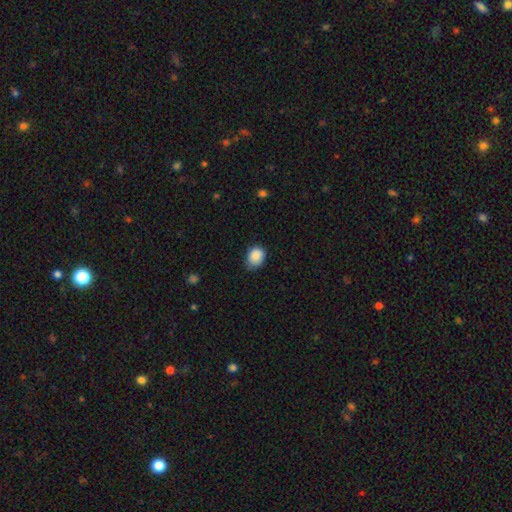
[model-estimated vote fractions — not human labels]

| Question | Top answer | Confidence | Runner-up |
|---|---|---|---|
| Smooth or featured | smooth | 87% | star or artifact (8%) |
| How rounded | round | 53% | in between (46%) |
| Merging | none | 65% | minor disturbance (29%) |